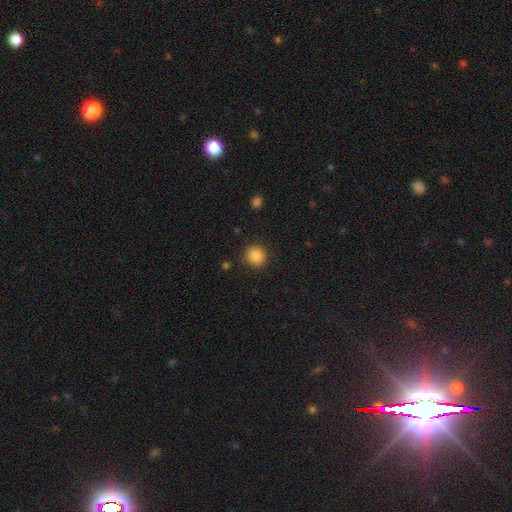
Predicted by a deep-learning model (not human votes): This is clearly a smooth galaxy (87%). How rounded: clearly round (88%). Merging: clearly none (88%).